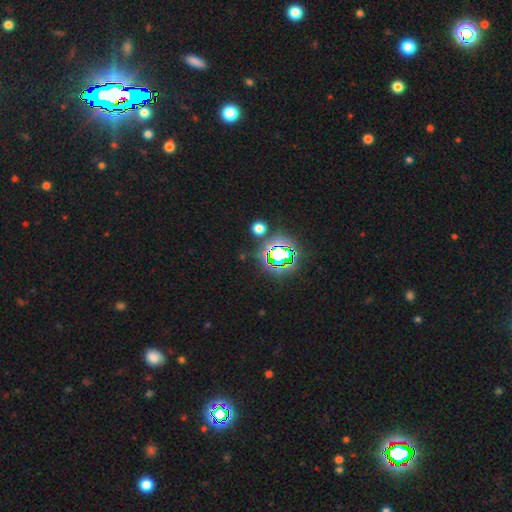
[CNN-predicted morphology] Smooth or featured: star or artifact — 79% (smooth — 14%)